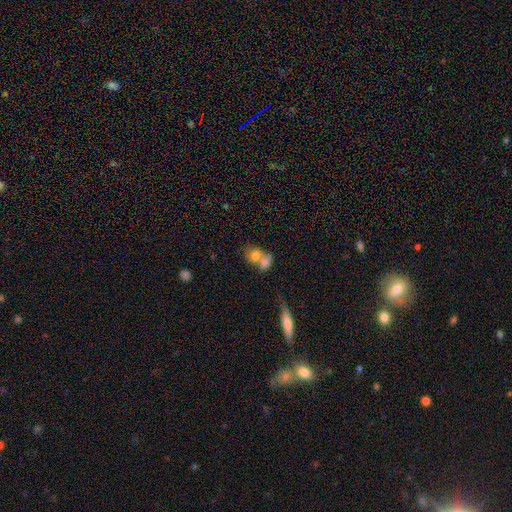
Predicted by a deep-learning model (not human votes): Smooth or featured? smooth (75%)
How rounded? round (52%)
Merging? merger (64%)